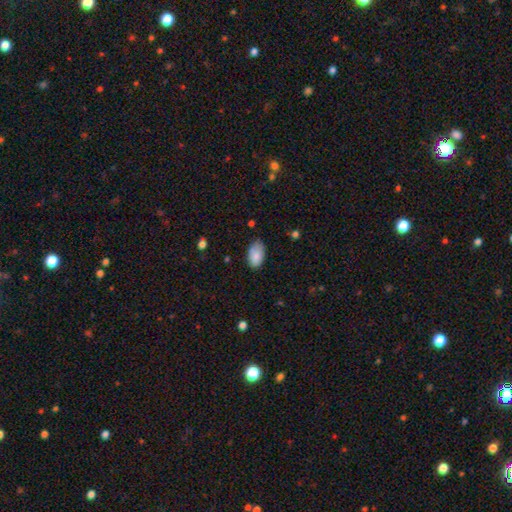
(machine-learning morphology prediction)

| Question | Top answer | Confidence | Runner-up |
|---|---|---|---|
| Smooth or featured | smooth | 84% | featured or disk (9%) |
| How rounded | in between | 94% | round (5%) |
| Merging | none | 69% | minor disturbance (25%) |